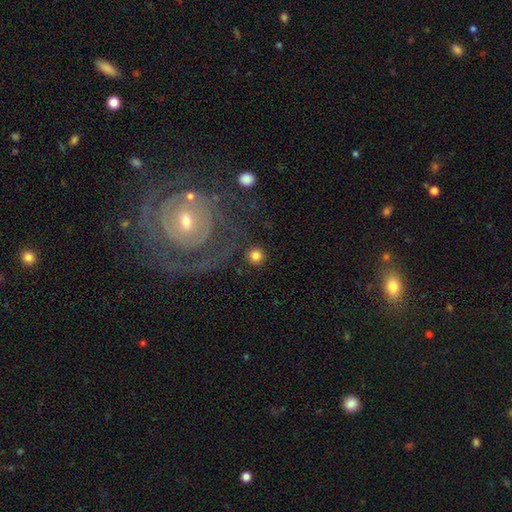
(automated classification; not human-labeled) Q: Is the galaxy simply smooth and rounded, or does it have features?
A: smooth — 80%.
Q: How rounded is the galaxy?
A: round — 94%.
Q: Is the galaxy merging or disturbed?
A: none — 85%.